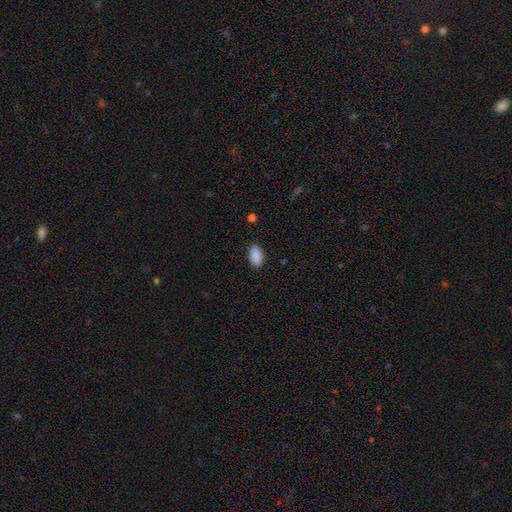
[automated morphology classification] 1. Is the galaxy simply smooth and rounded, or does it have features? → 90% smooth, 7% star or artifact, 3% featured or disk.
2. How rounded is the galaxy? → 94% in between, 4% round, 2% cigar-shaped.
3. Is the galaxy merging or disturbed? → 83% none, 13% minor disturbance, 3% major disturbance, 1% merger.